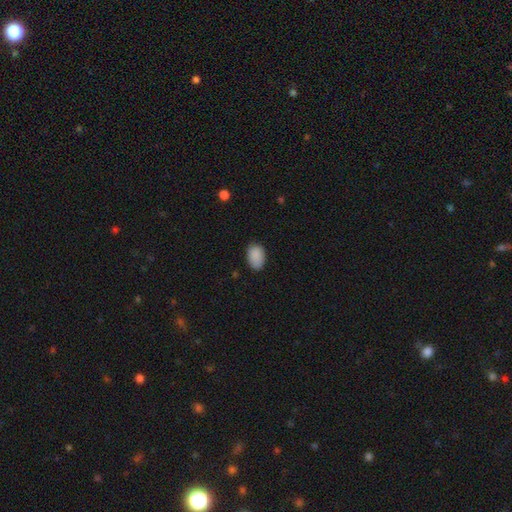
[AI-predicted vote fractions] A smooth galaxy with no disk features (89%) that is in between round and cigar-shaped (86%).

Vote fractions:
- Smooth or featured? smooth: 89% / star or artifact: 7% / featured or disk: 4%
- How rounded? in between: 86% / round: 13% / cigar-shaped: 1%
- Merging? none: 79% / minor disturbance: 17% / major disturbance: 3% / merger: 1%